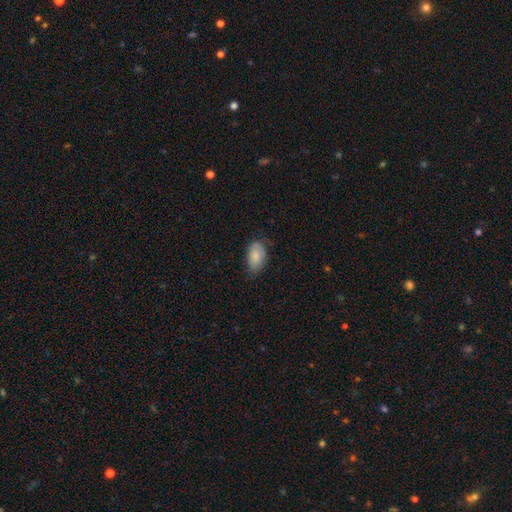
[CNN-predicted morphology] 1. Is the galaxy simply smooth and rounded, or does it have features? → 79% smooth, 15% featured or disk, 7% star or artifact.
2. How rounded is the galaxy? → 93% in between, 6% round, 2% cigar-shaped.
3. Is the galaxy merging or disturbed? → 62% none, 30% minor disturbance, 7% major disturbance, 1% merger.